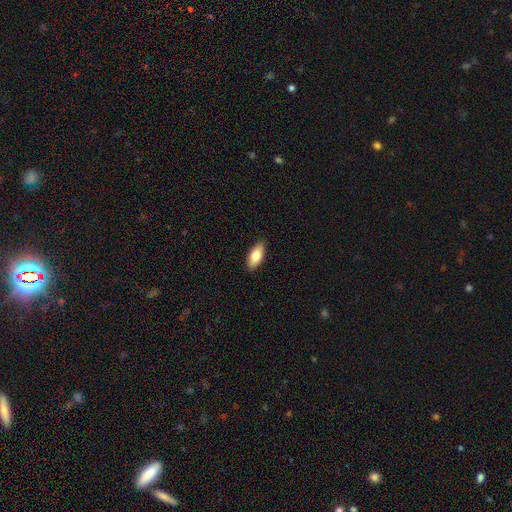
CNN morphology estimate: Overall: smooth (80%). How rounded: in between (85%). Merging: none (89%).